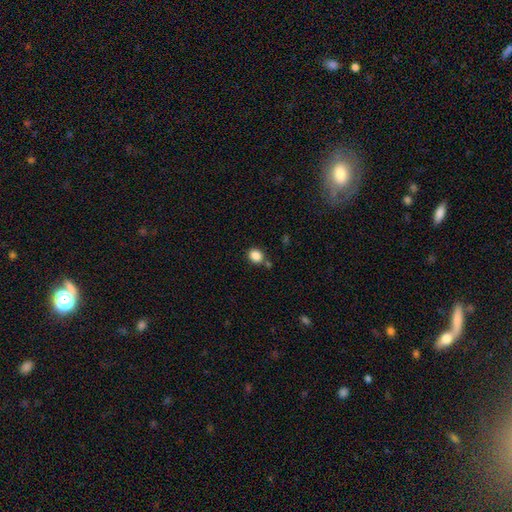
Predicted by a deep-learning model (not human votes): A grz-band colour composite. It shows a smooth galaxy with no disk features (86%) that is round (64%). Merging: none (74%).